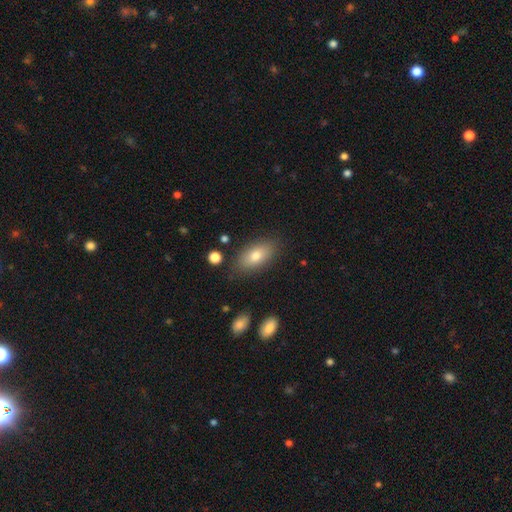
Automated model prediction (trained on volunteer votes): A smooth galaxy with no disk features (74%) that is in between round and cigar-shaped (89%). Merging: none (83%).